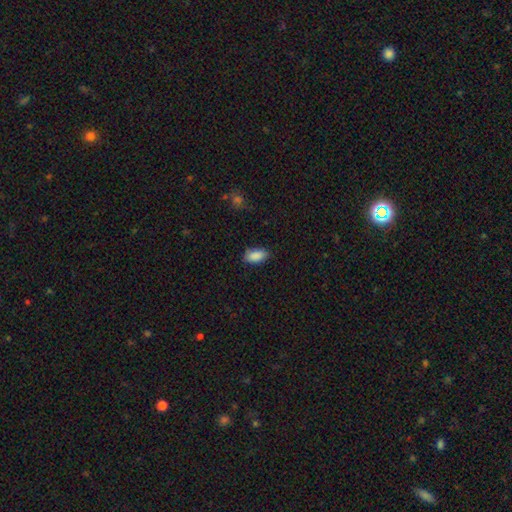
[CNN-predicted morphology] Q: Smooth or featured?
A: smooth (89%); runner-up: star or artifact (7%)
Q: How rounded?
A: in between (92%); runner-up: cigar-shaped (4%)
Q: Merging?
A: none (81%); runner-up: minor disturbance (15%)